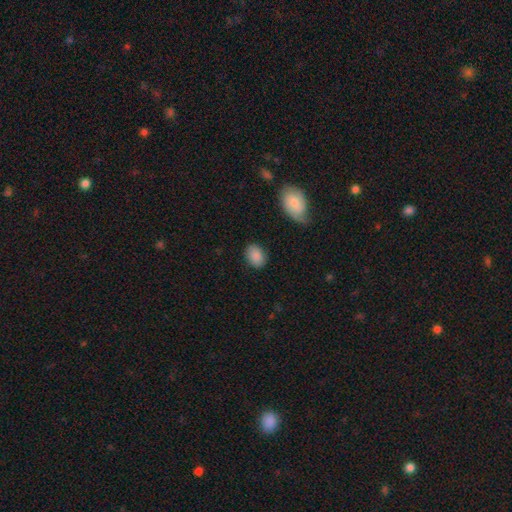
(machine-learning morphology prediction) The model was most divided on "how rounded": in between: 75%, round: 24%, cigar-shaped: 1%. More confident: smooth or featured — smooth (87%); merging — none (82%).